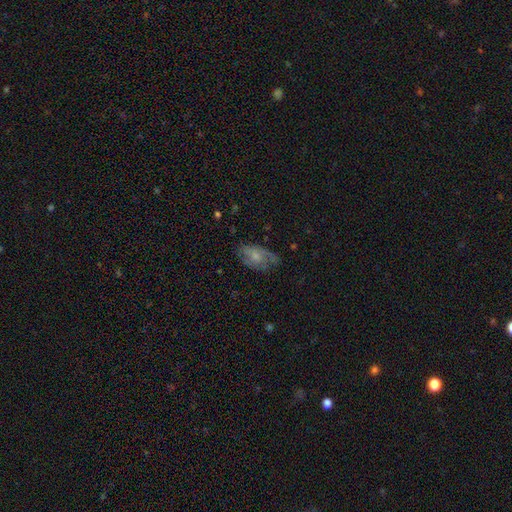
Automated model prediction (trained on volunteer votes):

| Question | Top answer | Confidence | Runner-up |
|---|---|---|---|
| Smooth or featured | smooth | 48% | featured or disk (43%) |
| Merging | none | 56% | minor disturbance (28%) |